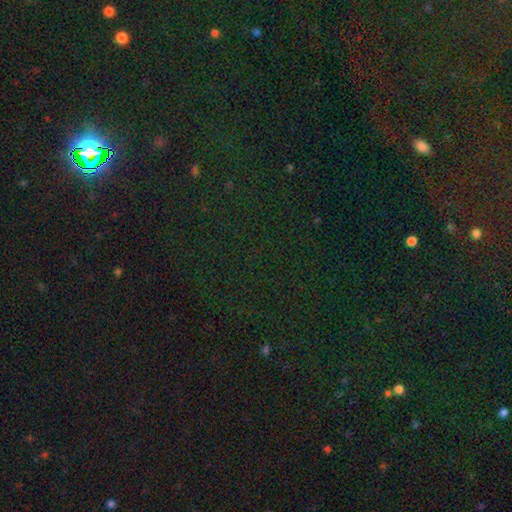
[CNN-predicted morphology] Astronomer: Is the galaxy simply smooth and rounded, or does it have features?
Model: star or artifact — 82%.